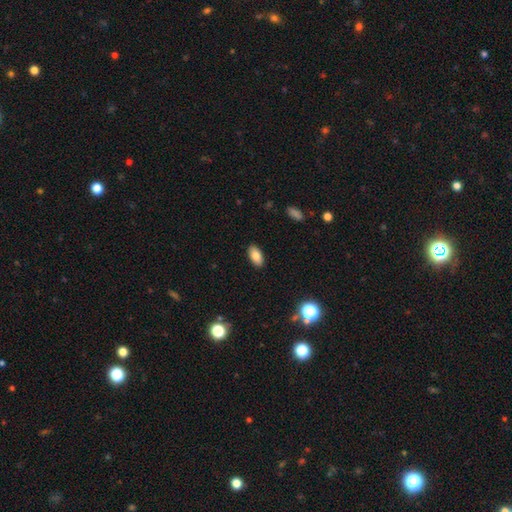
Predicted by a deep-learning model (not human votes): This appears to be a smooth galaxy with no disk features (81%) that is in between round and cigar-shaped (92%). Merging: none (90%).